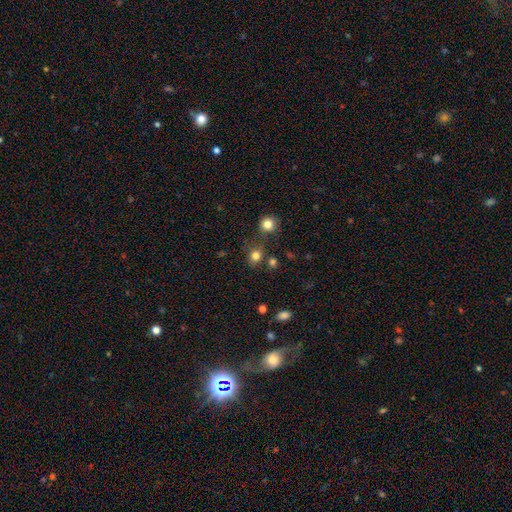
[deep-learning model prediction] A smooth galaxy with no disk features (80%) that is round (78%).

Vote fractions:
- Smooth or featured? smooth: 80% / star or artifact: 15% / featured or disk: 6%
- How rounded? round: 78% / in between: 21% / cigar-shaped: 1%
- Merging? none: 72% / minor disturbance: 13% / merger: 11% / major disturbance: 5%